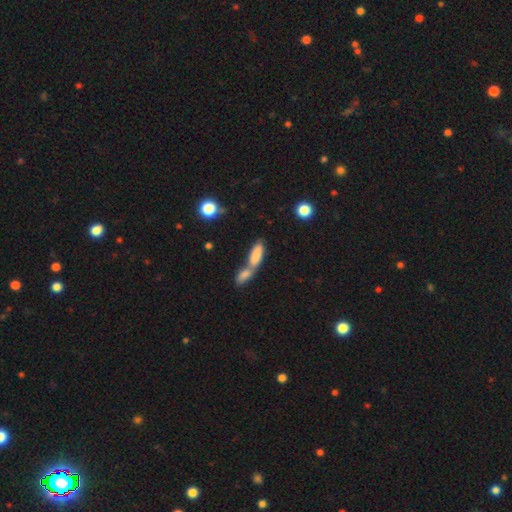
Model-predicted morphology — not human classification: Smooth or featured? Predicted: smooth (p=0.80). How rounded? Predicted: in between (p=0.65). Merging? Predicted: merger (p=0.70).